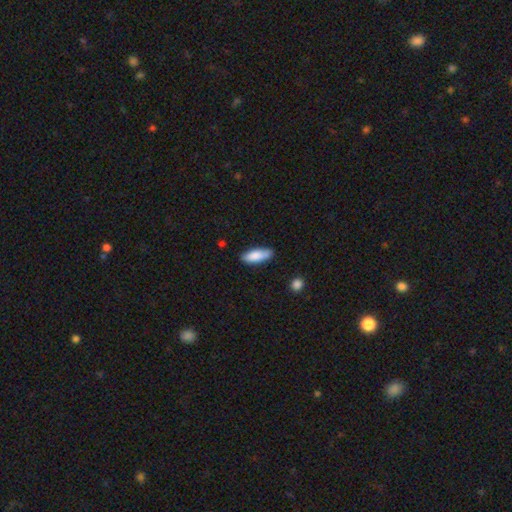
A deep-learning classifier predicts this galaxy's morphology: smooth-or-featured: smooth: 84% | featured or disk: 10% | star or artifact: 6%
  how-rounded: in between: 67% | cigar-shaped: 31% | round: 2%
  merging: none: 79% | minor disturbance: 17% | major disturbance: 3% | merger: 2%